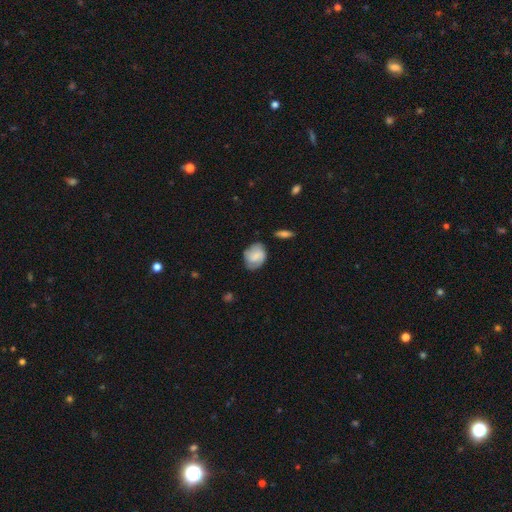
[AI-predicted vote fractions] A smooth galaxy with no disk features (57%) that is in between round and cigar-shaped (57%). Merging: none (64%).